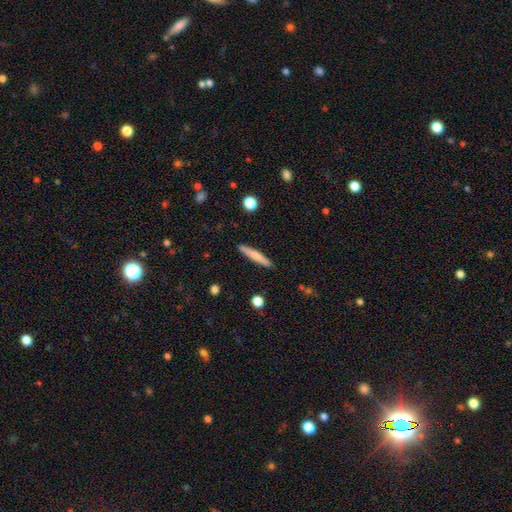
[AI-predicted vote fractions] smooth 66%, featured or disk 28%, star or artifact 6%. Down the decision tree: how rounded — cigar-shaped (94%); merging — none (90%).